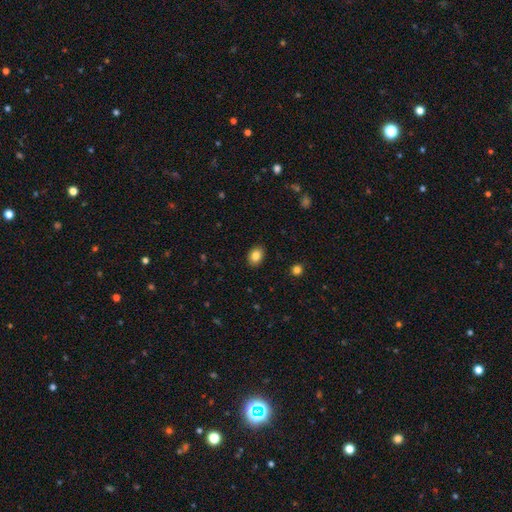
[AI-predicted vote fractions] A smooth galaxy with no disk features (85%) that is in between round and cigar-shaped (67%). Merging: none (89%).